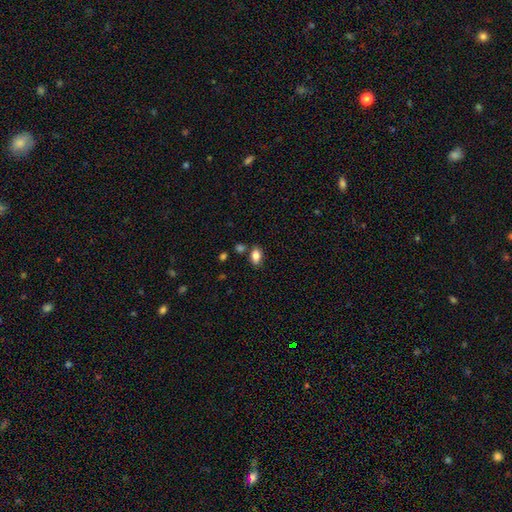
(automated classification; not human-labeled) Smooth or featured? Predicted: smooth (p=0.83). How rounded? Predicted: in between (p=0.87). Merging? Predicted: none (p=0.78).